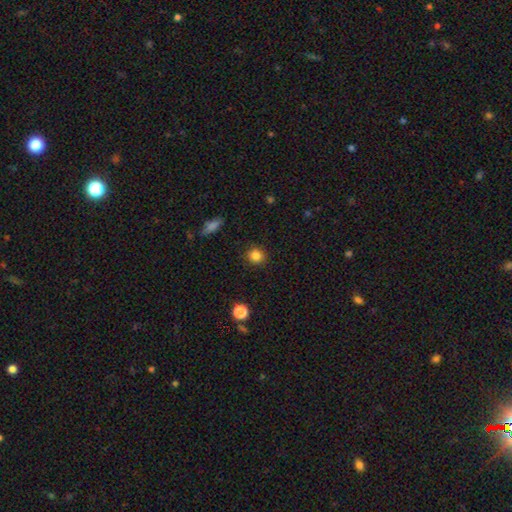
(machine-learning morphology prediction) smooth_or_featured: smooth (p=0.84) [alt: star or artifact p=0.11]
how_rounded: round (p=0.87) [alt: in between p=0.12]
merging: none (p=0.90) [alt: minor disturbance p=0.07]